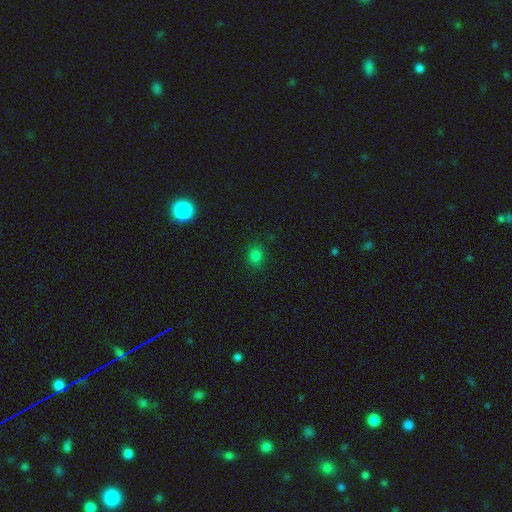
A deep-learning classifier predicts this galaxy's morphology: smooth 78%, star or artifact 17%, featured or disk 5%. Down the decision tree: how rounded — round (74%); merging — none (89%).